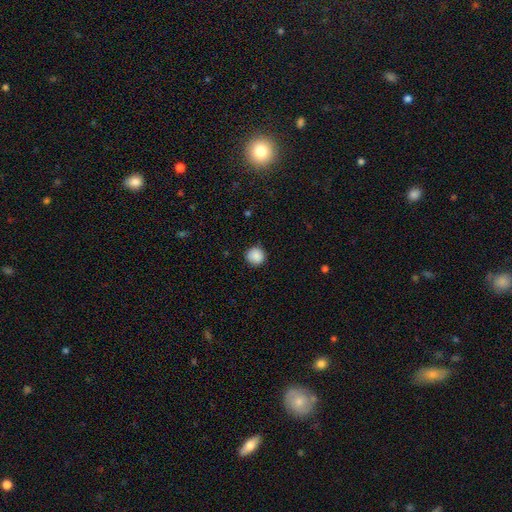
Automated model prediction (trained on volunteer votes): Smooth or featured?
  - smooth: 88% *
  - star or artifact: 8%
  - featured or disk: 4%
How rounded?
  - round: 94% *
  - in between: 5%
  - cigar-shaped: 1%
Merging?
  - none: 88% *
  - minor disturbance: 9%
  - major disturbance: 2%
  - merger: 1%